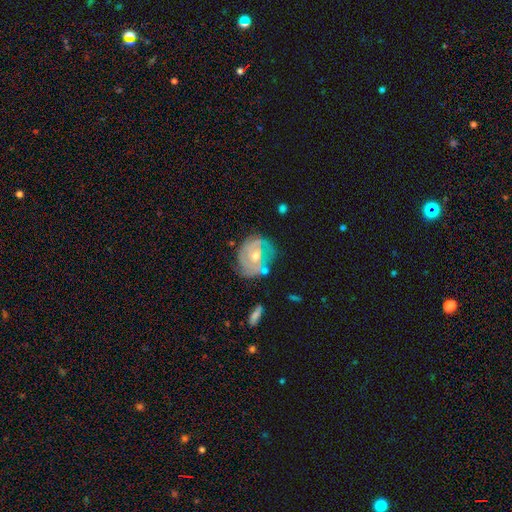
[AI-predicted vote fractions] Smooth or featured?
  - featured or disk: 70% *
  - smooth: 22%
  - star or artifact: 8%
Edge-on disk?
  - no: 96% *
  - yes: 4%
Bar?
  - no: 58% *
  - weak: 34%
  - strong: 8%
Spiral arms?
  - yes: 73% *
  - no: 27%
Bulge size?
  - moderate: 65% *
  - small: 30%
  - large: 3%
  - none: 1%
  - dominant: 1%
Merging?
  - none: 61% *
  - minor disturbance: 23%
  - major disturbance: 10%
  - merger: 6%